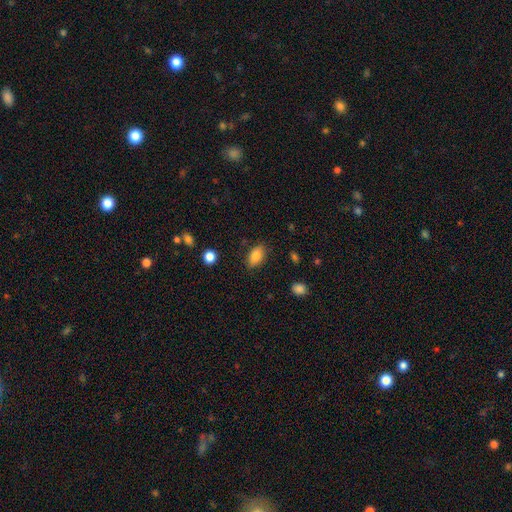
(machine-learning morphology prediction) This is clearly a smooth galaxy (83%). How rounded: clearly in between (89%). Merging: clearly none (83%).